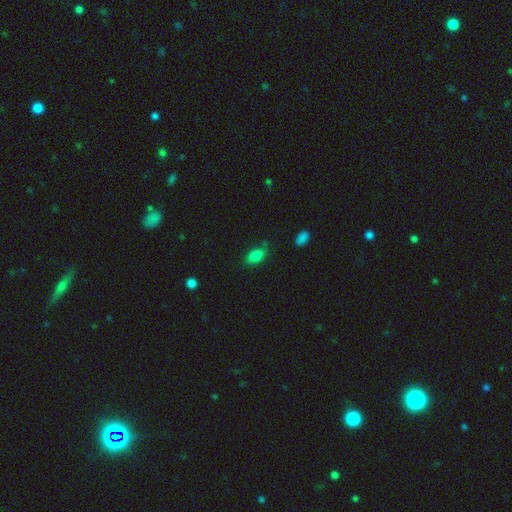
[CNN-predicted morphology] smooth-or-featured: smooth: 84% | star or artifact: 9% | featured or disk: 7%
  how-rounded: in between: 89% | round: 7% | cigar-shaped: 4%
  merging: none: 70% | minor disturbance: 21% | major disturbance: 5% | merger: 3%